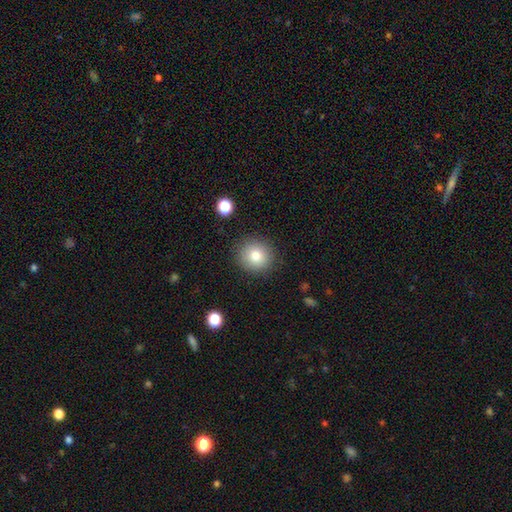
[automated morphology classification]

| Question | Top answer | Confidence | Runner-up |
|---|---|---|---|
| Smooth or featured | smooth | 80% | star or artifact (11%) |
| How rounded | round | 91% | in between (8%) |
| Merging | none | 88% | minor disturbance (8%) |